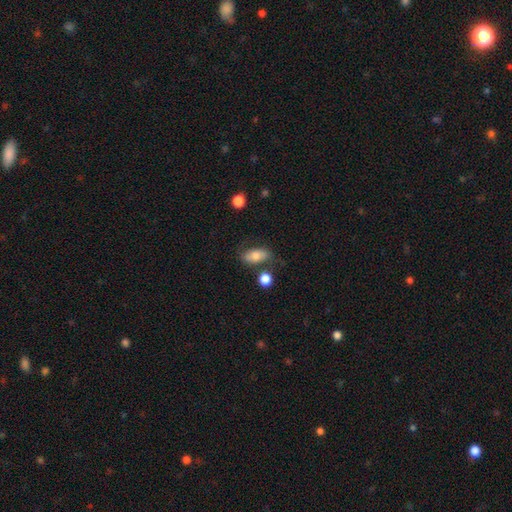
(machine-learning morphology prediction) smooth_or_featured: smooth (p=0.70) [alt: featured or disk p=0.21]
how_rounded: in between (p=0.85) [alt: round p=0.08]
merging: none (p=0.64) [alt: minor disturbance p=0.20]